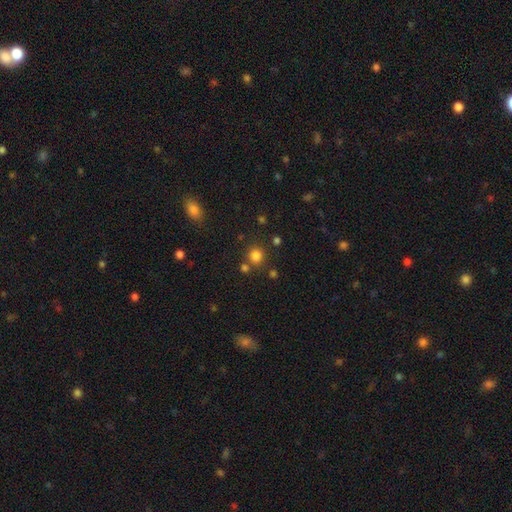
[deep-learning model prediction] Smooth or featured?
  - smooth: 80% *
  - star or artifact: 15%
  - featured or disk: 5%
How rounded?
  - round: 87% *
  - in between: 12%
  - cigar-shaped: 1%
Merging?
  - none: 76% *
  - merger: 11%
  - minor disturbance: 9%
  - major disturbance: 4%